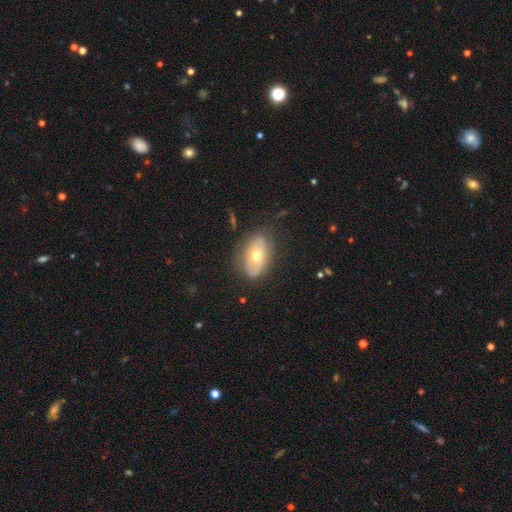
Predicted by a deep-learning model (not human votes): Morphology: type=smooth (51%); roundness=in between (86%); merging=none (73%).